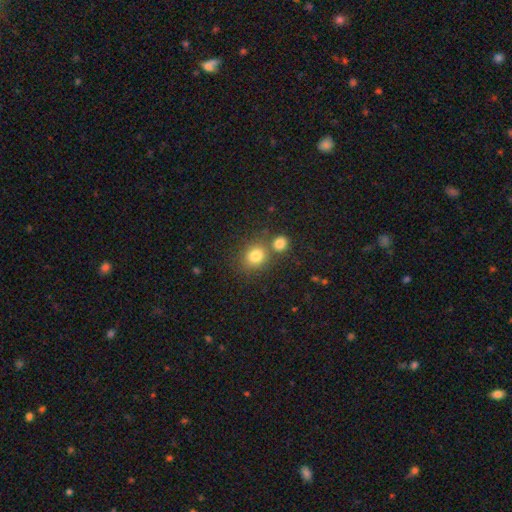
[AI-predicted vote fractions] smooth_or_featured: smooth (p=0.81) [alt: star or artifact p=0.12]
how_rounded: round (p=0.79) [alt: in between p=0.20]
merging: none (p=0.61) [alt: merger p=0.26]